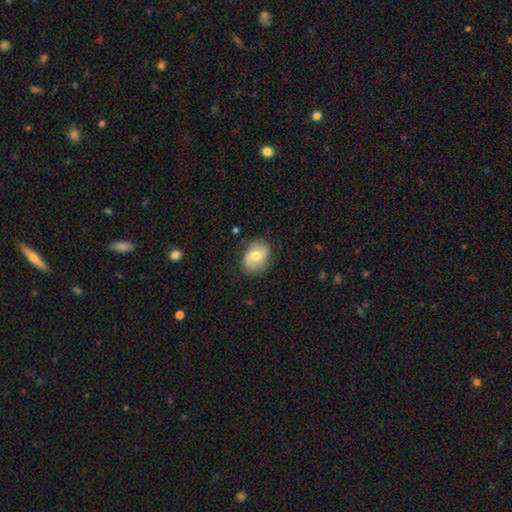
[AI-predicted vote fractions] Smooth or featured? smooth (56%)
How rounded? in between (56%)
Merging? none (80%)